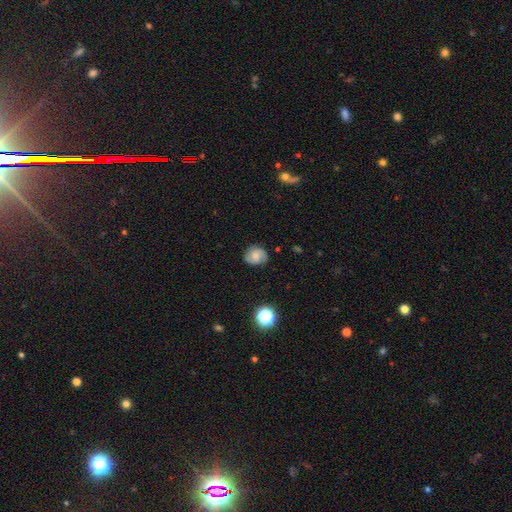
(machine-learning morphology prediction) smooth-or-featured: smooth: 46% | featured or disk: 43% | star or artifact: 11%
  merging: none: 81% | minor disturbance: 14% | major disturbance: 4% | merger: 1%